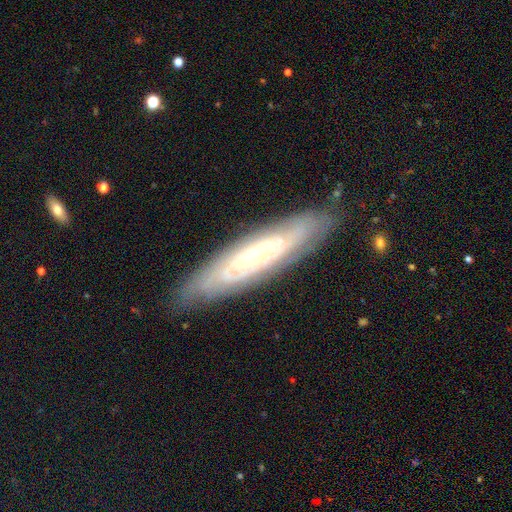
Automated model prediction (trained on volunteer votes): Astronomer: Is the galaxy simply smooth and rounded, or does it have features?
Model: featured or disk — 78%.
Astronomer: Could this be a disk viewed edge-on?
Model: no — 70%.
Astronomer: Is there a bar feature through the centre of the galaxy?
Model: no — 63%.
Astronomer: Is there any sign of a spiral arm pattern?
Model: yes — 87%.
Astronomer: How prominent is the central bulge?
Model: small — 74%.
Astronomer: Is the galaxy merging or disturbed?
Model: none — 82%.